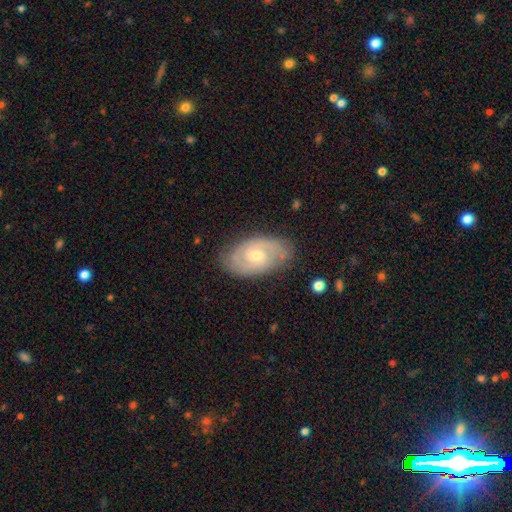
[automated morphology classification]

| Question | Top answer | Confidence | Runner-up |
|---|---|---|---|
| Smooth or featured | featured or disk | 81% | smooth (13%) |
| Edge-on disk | no | 96% | yes (4%) |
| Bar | no | 52% | weak (41%) |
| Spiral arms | yes | 94% | no (6%) |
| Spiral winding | tight | 57% | medium (35%) |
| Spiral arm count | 2 | 77% | can't tell (12%) |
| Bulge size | moderate | 50% | small (45%) |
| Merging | none | 81% | minor disturbance (15%) |